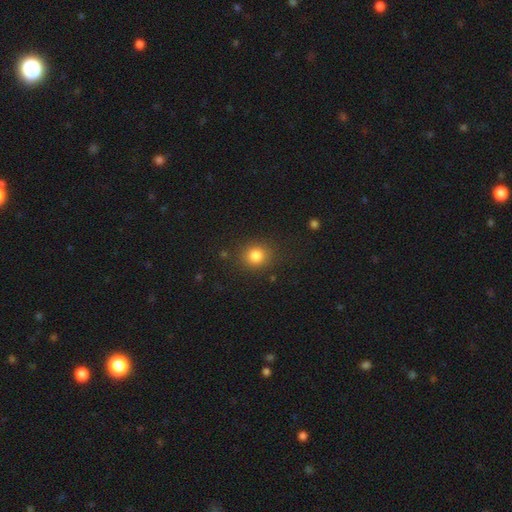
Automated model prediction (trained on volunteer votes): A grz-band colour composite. It shows a smooth galaxy with no disk features (83%) that is round (82%). Merging: none (86%).